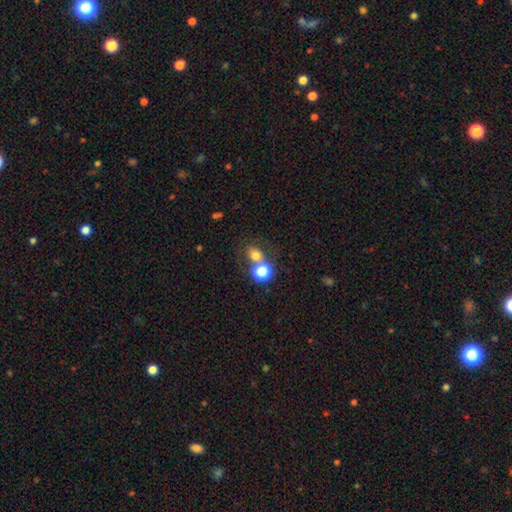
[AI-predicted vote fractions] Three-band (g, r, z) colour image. It shows a smooth galaxy with no disk features (69%) that is round (64%). Merging: none (51%).